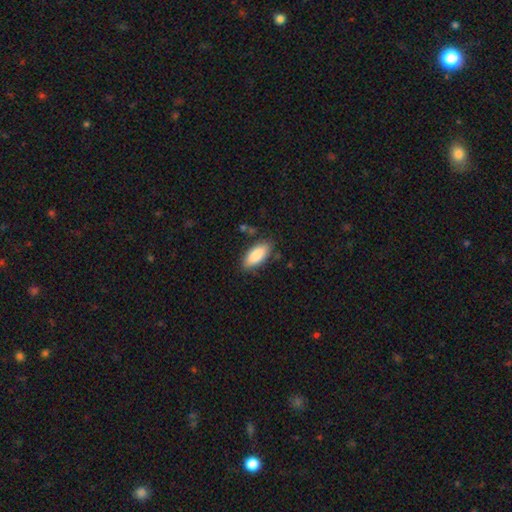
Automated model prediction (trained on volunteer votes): smooth-or-featured: smooth: 87% | featured or disk: 7% | star or artifact: 6%
  how-rounded: in between: 86% | cigar-shaped: 13% | round: 2%
  merging: none: 81% | minor disturbance: 14% | major disturbance: 3% | merger: 2%